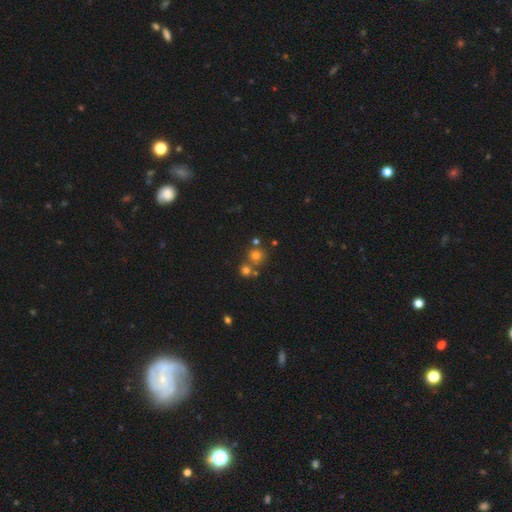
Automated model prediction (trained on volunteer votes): The model was most divided on "merging": none: 62%, merger: 27%, minor disturbance: 8%, major disturbance: 3%. More confident: how rounded — round (89%); smooth or featured — smooth (67%).